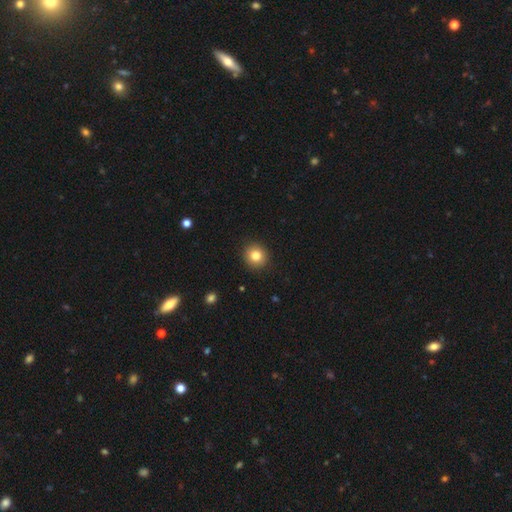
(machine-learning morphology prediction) type=smooth (82%); roundness=round (91%); merging=none (92%).